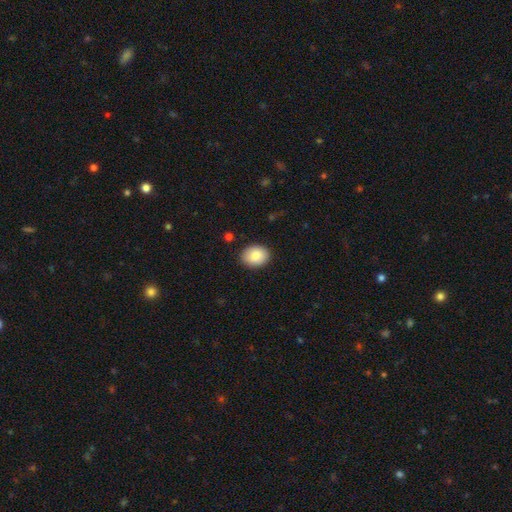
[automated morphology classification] Overall: smooth (88%). How rounded: in between (59%; round 40%). Merging: none (89%).